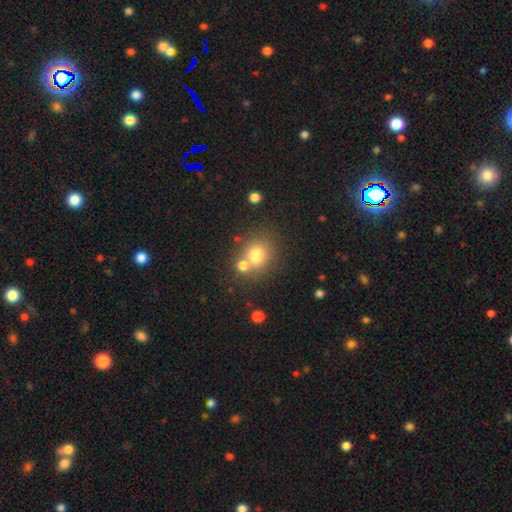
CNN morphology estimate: Smooth or featured? Predicted: smooth (p=0.74). How rounded? Predicted: round (p=0.79). Merging? Predicted: none (p=0.58).